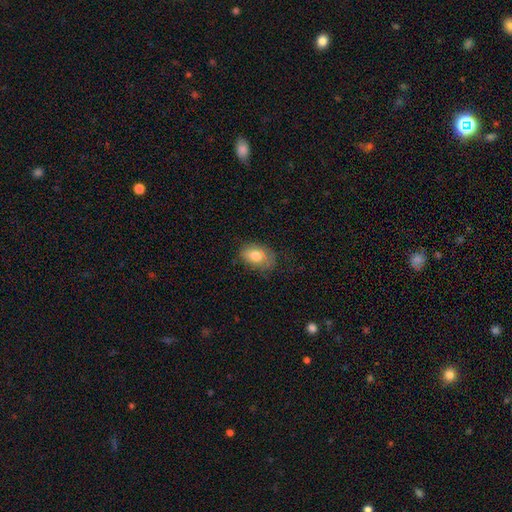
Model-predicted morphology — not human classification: Overall: smooth (76%). How rounded: in between (84%). Merging: none (63%; minor disturbance 27%).